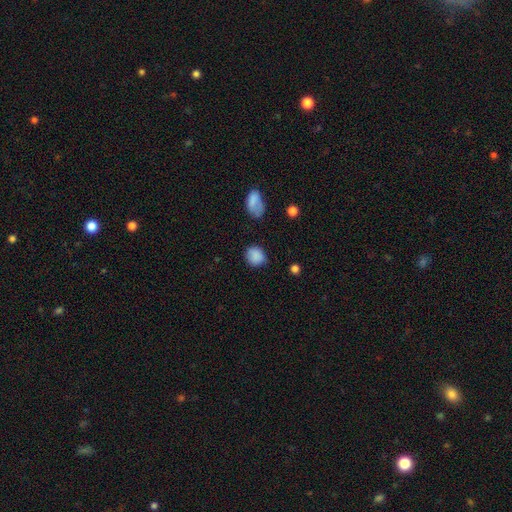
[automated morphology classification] type=smooth (86%); roundness=round (73%); merging=none (75%).